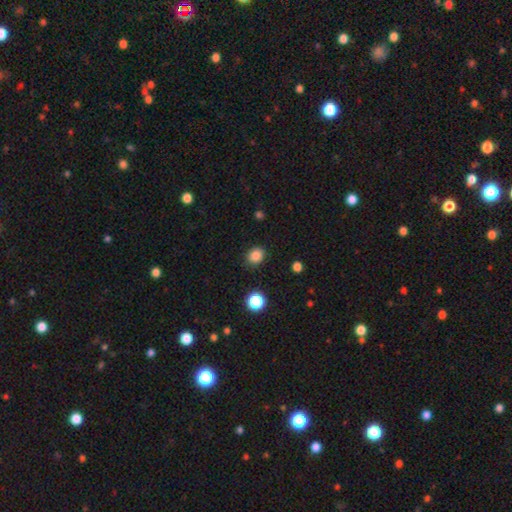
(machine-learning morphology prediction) A smooth galaxy with no disk features (85%) that is round (61%).

Vote fractions:
- Smooth or featured? smooth: 85% / star or artifact: 12% / featured or disk: 3%
- How rounded? round: 61% / in between: 38% / cigar-shaped: 1%
- Merging? none: 87% / minor disturbance: 9% / major disturbance: 3% / merger: 1%